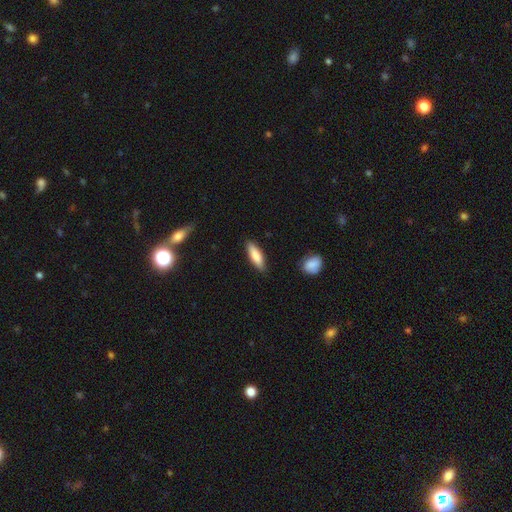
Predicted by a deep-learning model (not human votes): Smooth or featured: smooth — 80% (featured or disk — 14%)
How rounded: cigar-shaped — 52% (in between — 47%)
Merging: none — 86% (minor disturbance — 11%)